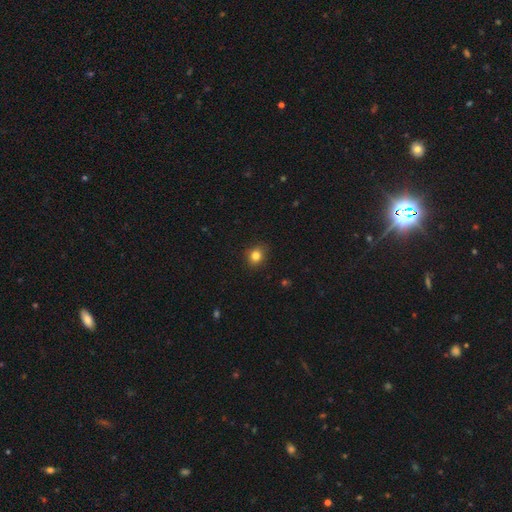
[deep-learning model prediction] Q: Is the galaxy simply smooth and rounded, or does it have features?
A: smooth — 82%.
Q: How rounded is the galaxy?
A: round — 64%.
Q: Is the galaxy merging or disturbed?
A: none — 87%.